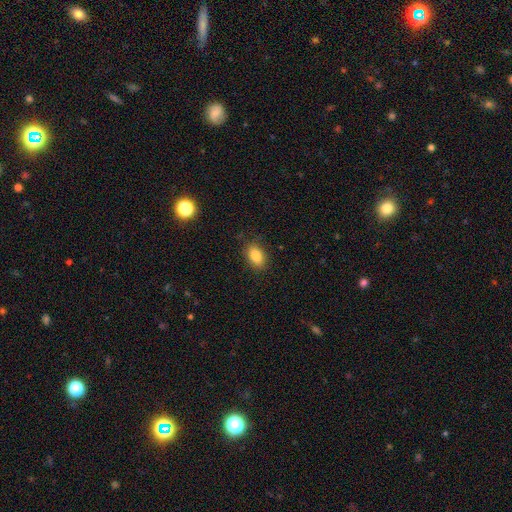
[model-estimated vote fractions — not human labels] smooth-or-featured: smooth: 84% | star or artifact: 9% | featured or disk: 7%
  how-rounded: in between: 88% | round: 10% | cigar-shaped: 2%
  merging: none: 85% | minor disturbance: 11% | major disturbance: 3% | merger: 1%